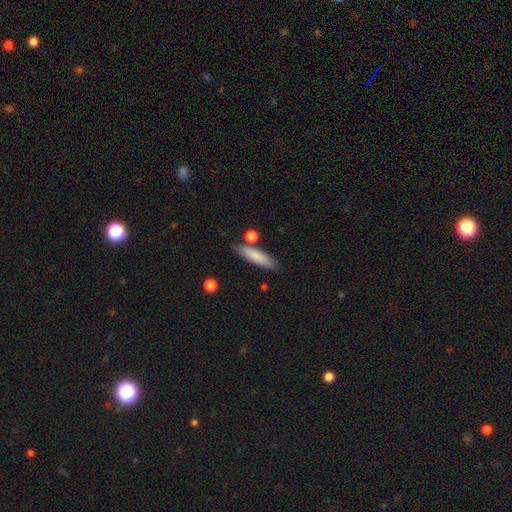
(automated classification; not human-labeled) Smooth or featured: smooth — 79% (featured or disk — 14%)
How rounded: cigar-shaped — 74% (in between — 24%)
Merging: none — 76% (minor disturbance — 13%)